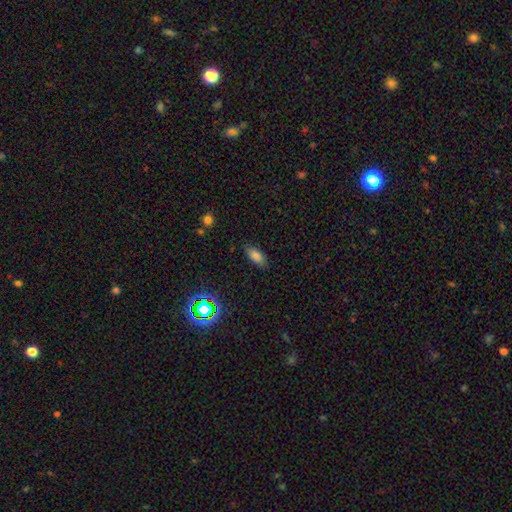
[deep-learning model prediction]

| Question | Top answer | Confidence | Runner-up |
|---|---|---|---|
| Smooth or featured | smooth | 78% | star or artifact (12%) |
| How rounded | in between | 81% | cigar-shaped (16%) |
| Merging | none | 84% | minor disturbance (12%) |